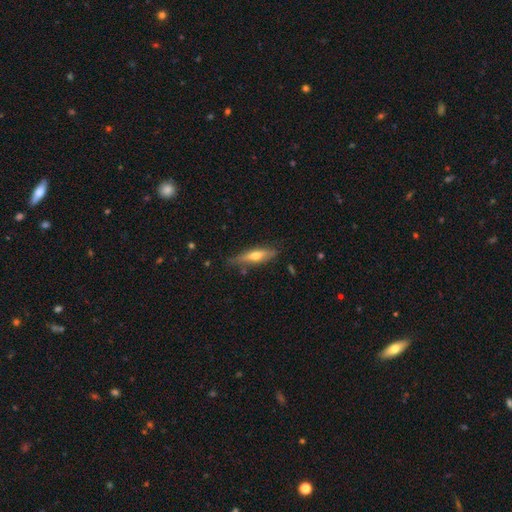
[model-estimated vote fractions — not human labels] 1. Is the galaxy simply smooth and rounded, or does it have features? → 49% featured or disk, 45% smooth, 6% star or artifact.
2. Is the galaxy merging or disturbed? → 73% none, 20% minor disturbance, 4% major disturbance, 2% merger.